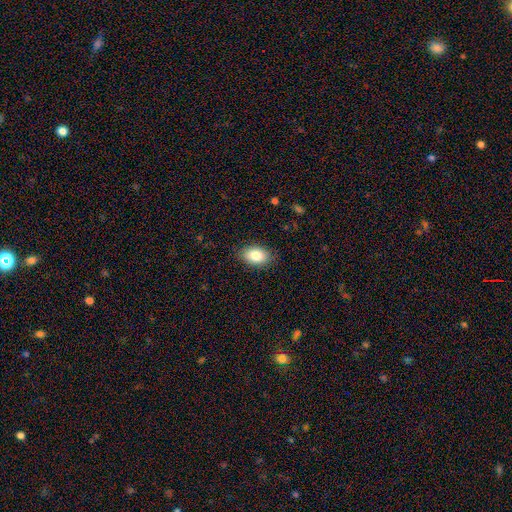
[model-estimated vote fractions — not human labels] The model was most divided on "merging": none: 86%, minor disturbance: 11%, major disturbance: 2%, merger: 1%. More confident: how rounded — in between (89%); smooth or featured — smooth (84%).